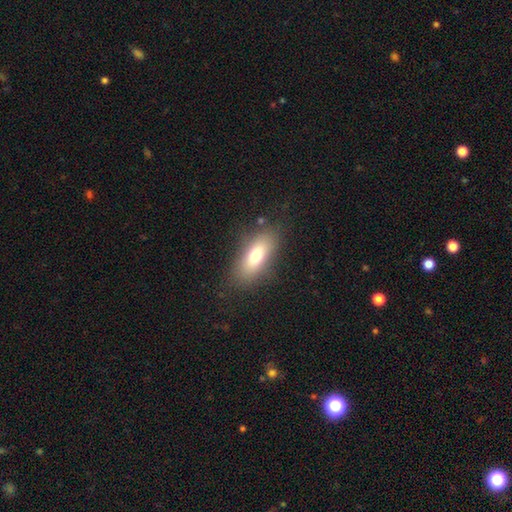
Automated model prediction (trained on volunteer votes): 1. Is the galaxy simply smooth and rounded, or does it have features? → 71% smooth, 19% featured or disk, 9% star or artifact.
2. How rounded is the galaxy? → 78% in between, 17% cigar-shaped, 5% round.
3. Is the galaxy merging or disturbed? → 81% none, 12% minor disturbance, 5% major disturbance, 2% merger.